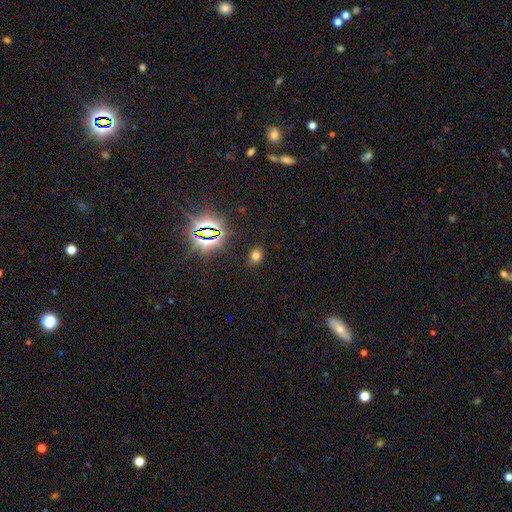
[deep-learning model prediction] A smooth galaxy with no disk features (65%) that is round (61%). Merging: none (85%).